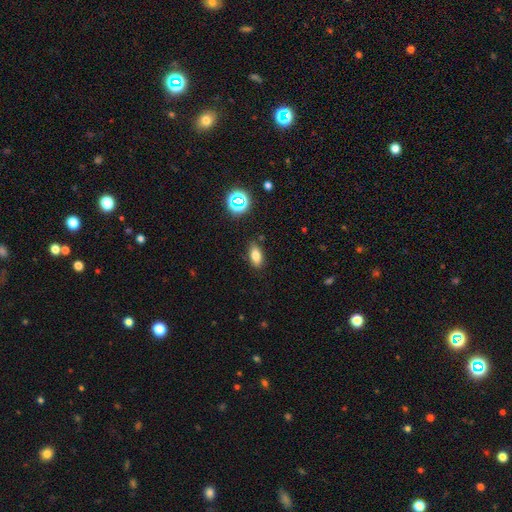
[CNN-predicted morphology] Smooth or featured? smooth (78%)
How rounded? in between (84%)
Merging? none (84%)